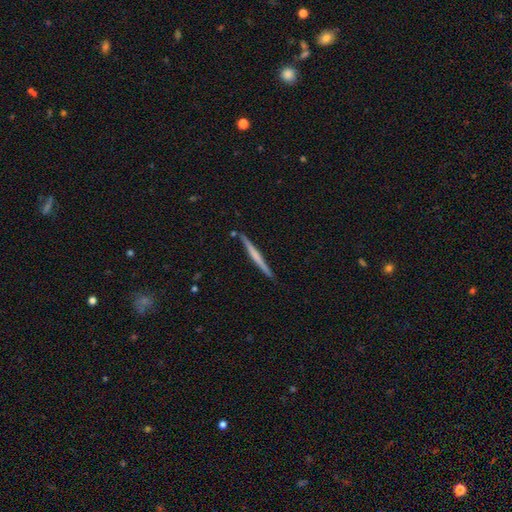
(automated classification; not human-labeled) Morphology: type=featured or disk (53%); edge-on=yes (98%); edge-on bulge=none (72%); merging=none (90%).